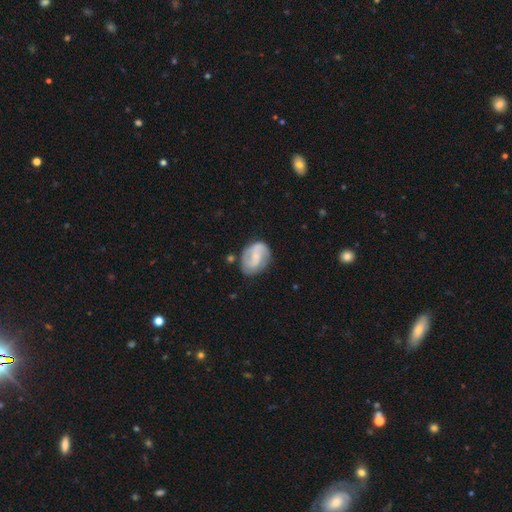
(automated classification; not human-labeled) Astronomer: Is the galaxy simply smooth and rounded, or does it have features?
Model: featured or disk — 67%.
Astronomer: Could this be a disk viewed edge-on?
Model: no — 98%.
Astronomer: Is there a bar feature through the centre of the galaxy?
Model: no — 44% (runner-up: weak, 43%).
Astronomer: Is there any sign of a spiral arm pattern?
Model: yes — 89%.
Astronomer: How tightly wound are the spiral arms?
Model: medium — 46% (runner-up: tight, 31%).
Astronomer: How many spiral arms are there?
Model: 2 — 75%.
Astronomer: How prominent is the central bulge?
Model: small — 57%.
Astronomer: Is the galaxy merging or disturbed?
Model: none — 68%.